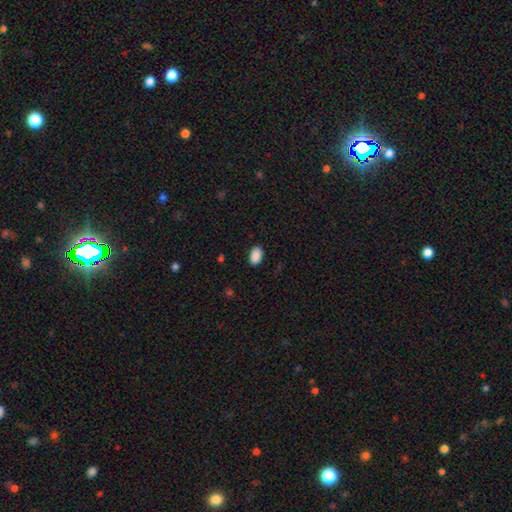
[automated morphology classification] smooth 90%, star or artifact 7%, featured or disk 2%. Down the decision tree: how rounded — in between (91%); merging — none (88%).